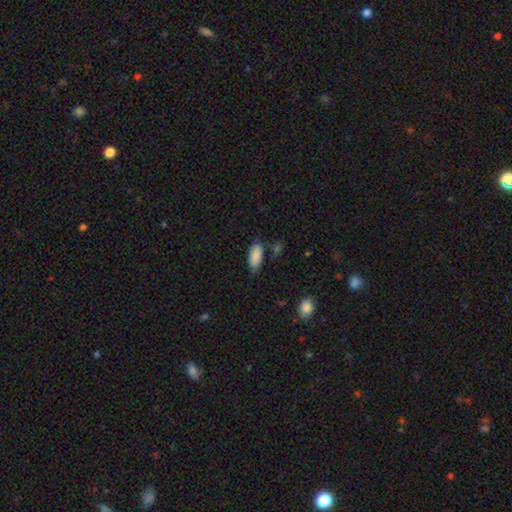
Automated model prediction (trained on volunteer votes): Q: Smooth or featured?
A: smooth (88%); runner-up: star or artifact (7%)
Q: How rounded?
A: in between (88%); runner-up: cigar-shaped (11%)
Q: Merging?
A: none (69%); runner-up: minor disturbance (23%)